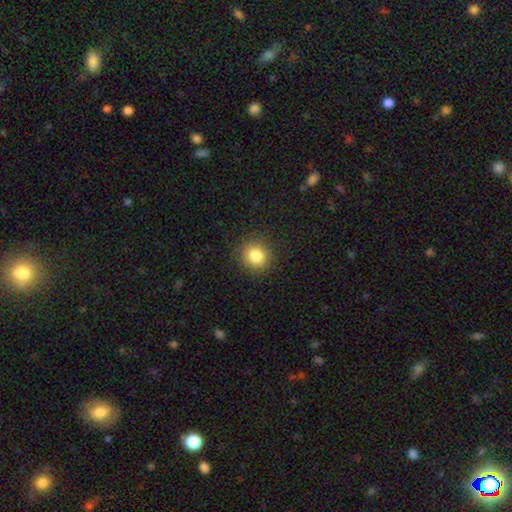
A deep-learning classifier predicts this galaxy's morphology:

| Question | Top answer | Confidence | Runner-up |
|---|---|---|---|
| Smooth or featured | smooth | 83% | star or artifact (11%) |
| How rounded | round | 88% | in between (11%) |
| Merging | none | 89% | minor disturbance (7%) |